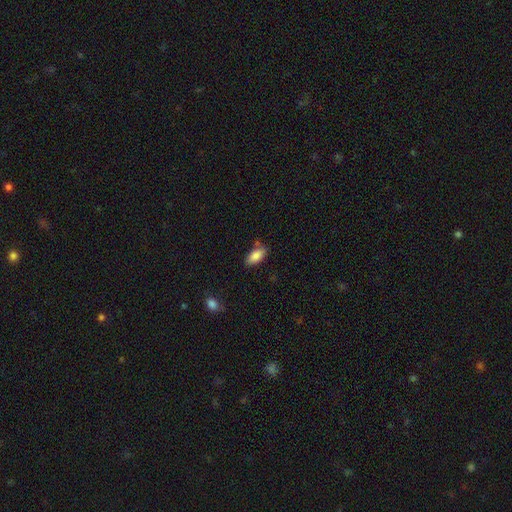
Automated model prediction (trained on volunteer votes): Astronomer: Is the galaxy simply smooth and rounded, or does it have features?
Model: smooth — 84%.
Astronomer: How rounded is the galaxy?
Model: in between — 90%.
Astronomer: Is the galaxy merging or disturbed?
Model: none — 74%.